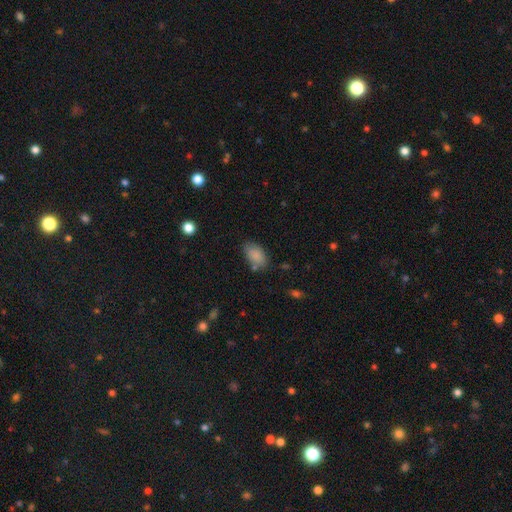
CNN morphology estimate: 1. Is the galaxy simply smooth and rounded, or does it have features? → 86% smooth, 8% star or artifact, 6% featured or disk.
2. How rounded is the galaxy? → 91% in between, 7% round, 2% cigar-shaped.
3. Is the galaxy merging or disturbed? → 74% none, 17% minor disturbance, 5% merger, 4% major disturbance.